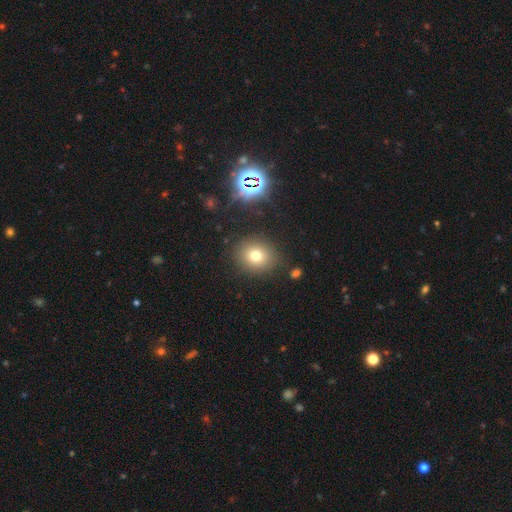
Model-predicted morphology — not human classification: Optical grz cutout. It shows a smooth galaxy with no disk features (72%) that is round (75%). Merging: none (86%).